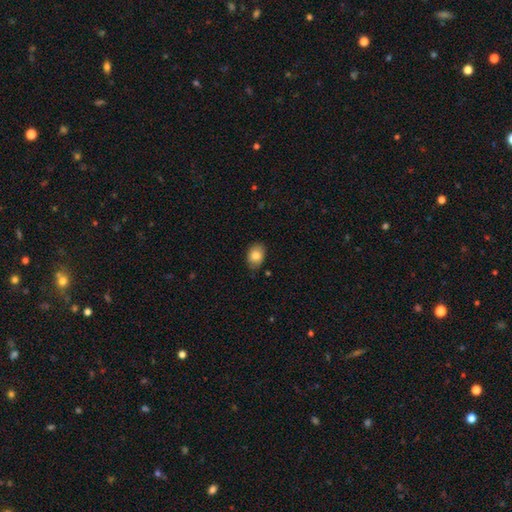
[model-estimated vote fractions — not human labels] Morphology: type=smooth (83%); roundness=in between (77%); merging=none (81%).